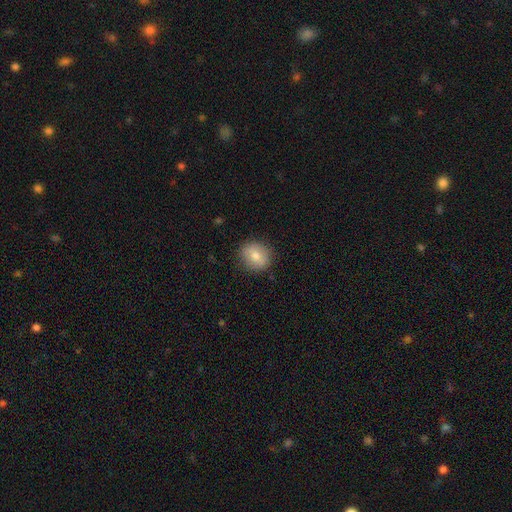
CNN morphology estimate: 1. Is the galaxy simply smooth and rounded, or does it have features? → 76% smooth, 16% featured or disk, 8% star or artifact.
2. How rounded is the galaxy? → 71% round, 28% in between, 1% cigar-shaped.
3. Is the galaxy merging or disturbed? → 85% none, 11% minor disturbance, 3% major disturbance, 1% merger.